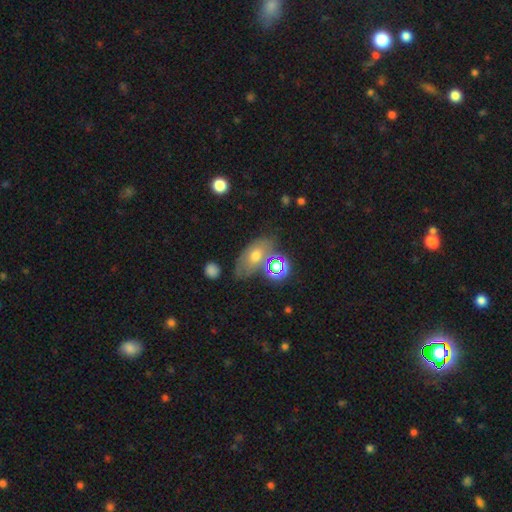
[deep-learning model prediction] Overall: smooth (52%; featured or disk 26%). How rounded: in between (81%). Merging: none (59%; minor disturbance 22%).